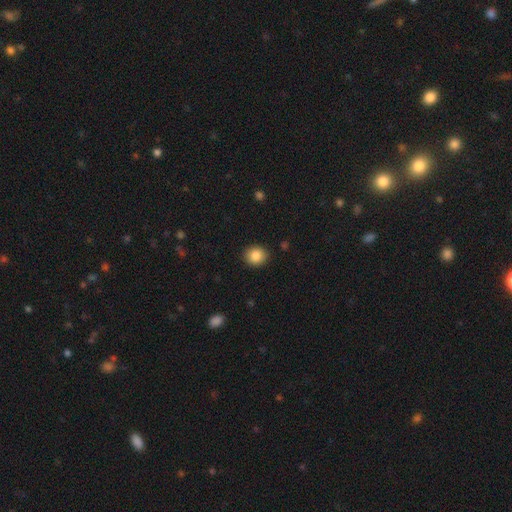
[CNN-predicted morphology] type=smooth (86%); roundness=round (79%); merging=none (90%).